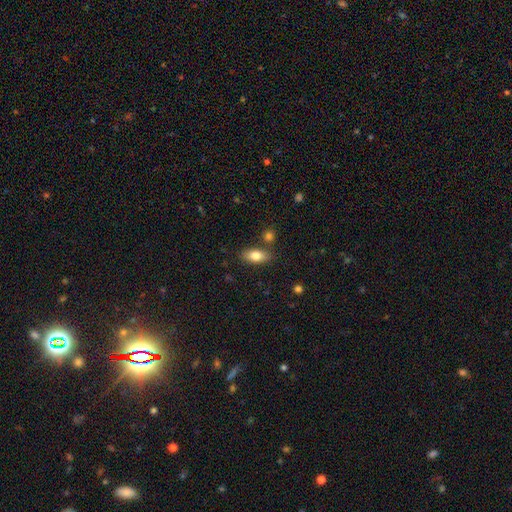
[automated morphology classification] The model was most divided on "smooth or featured": smooth: 79%, featured or disk: 13%, star or artifact: 8%. More confident: how rounded — in between (85%); merging — none (78%).